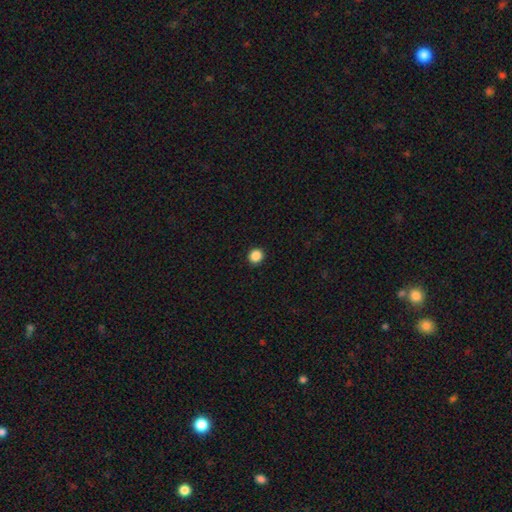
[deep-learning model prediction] Smooth or featured: smooth — 87% (star or artifact — 10%)
How rounded: round — 89% (in between — 10%)
Merging: none — 93% (minor disturbance — 5%)